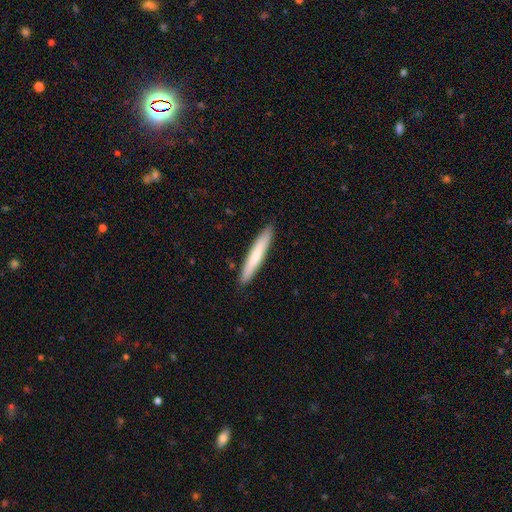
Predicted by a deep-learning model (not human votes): Morphology: type=smooth (72%); roundness=cigar-shaped (94%); merging=none (91%).